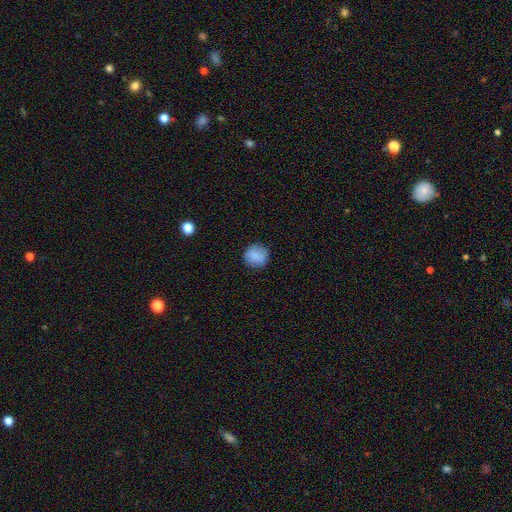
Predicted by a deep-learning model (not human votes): smooth 84%, star or artifact 8%, featured or disk 7%. Down the decision tree: how rounded — round (88%); merging — none (85%).